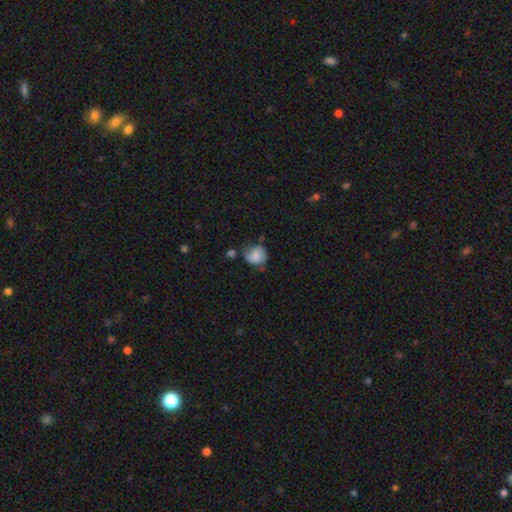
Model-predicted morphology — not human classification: type=smooth (53%); roundness=round (68%); merging=none (47%).